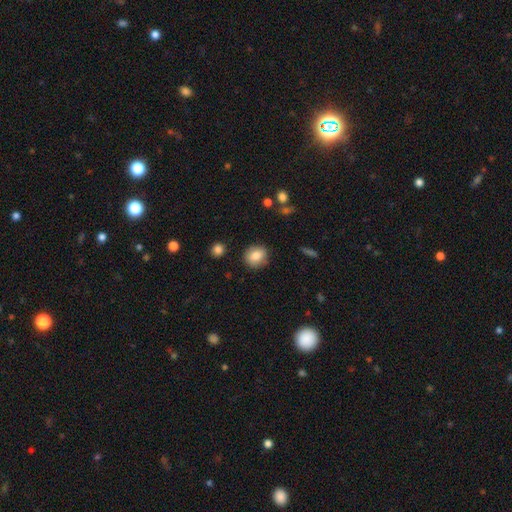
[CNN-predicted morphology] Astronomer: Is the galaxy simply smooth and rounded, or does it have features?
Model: smooth — 83%.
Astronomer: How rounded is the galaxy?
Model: round — 75%.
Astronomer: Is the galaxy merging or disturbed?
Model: none — 87%.